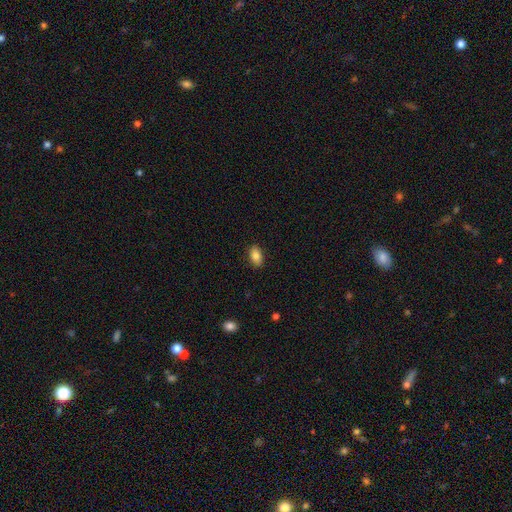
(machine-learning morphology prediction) Overall: smooth (83%). How rounded: in between (90%). Merging: none (88%).